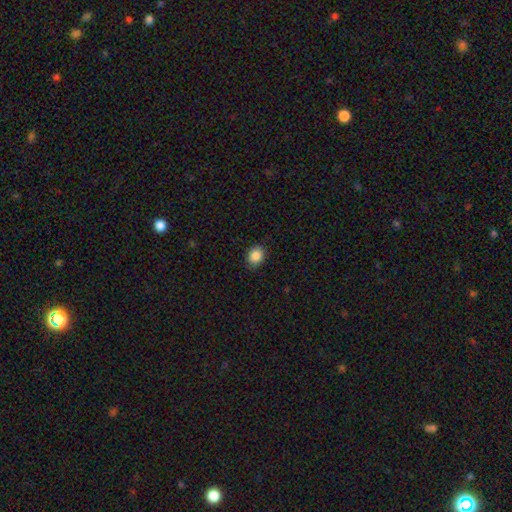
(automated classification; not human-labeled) This appears to be a smooth galaxy with no disk features (87%) that is round (56%). Merging: none (87%).